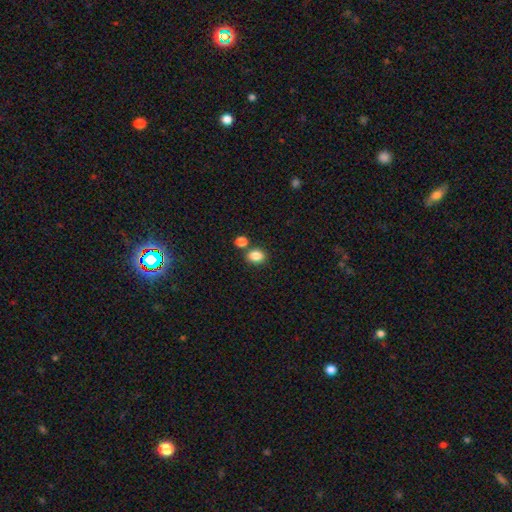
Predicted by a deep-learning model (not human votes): Smooth or featured?
  - smooth: 86% *
  - star or artifact: 10%
  - featured or disk: 5%
How rounded?
  - in between: 60% *
  - round: 39%
  - cigar-shaped: 1%
Merging?
  - none: 68% *
  - merger: 18%
  - minor disturbance: 11%
  - major disturbance: 3%